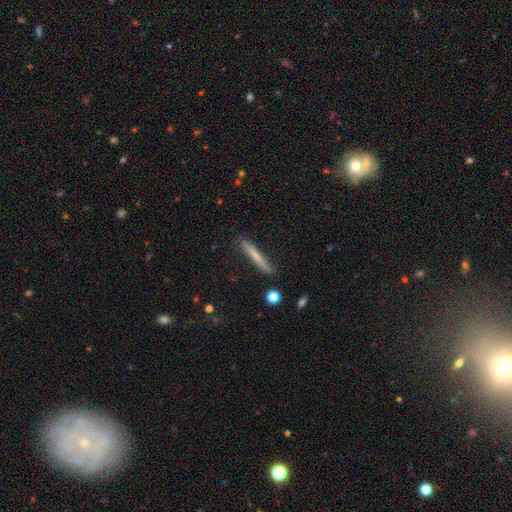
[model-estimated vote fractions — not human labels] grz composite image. It shows a smooth galaxy with no disk features (63%) that is cigar-shaped (96%). Merging: none (87%).